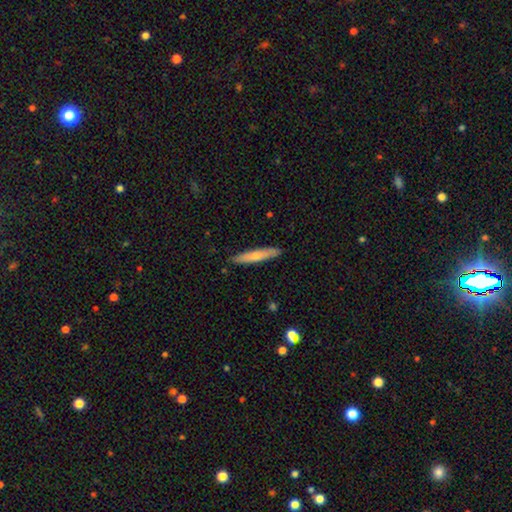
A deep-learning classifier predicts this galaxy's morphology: Overall: smooth (63%; featured or disk 31%). How rounded: cigar-shaped (91%). Merging: none (88%).